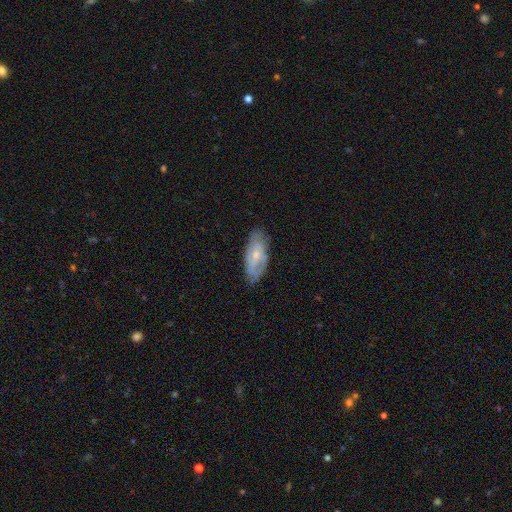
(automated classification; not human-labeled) Smooth or featured? featured or disk (56%)
Edge-on disk? no (87%)
Merging? none (71%)